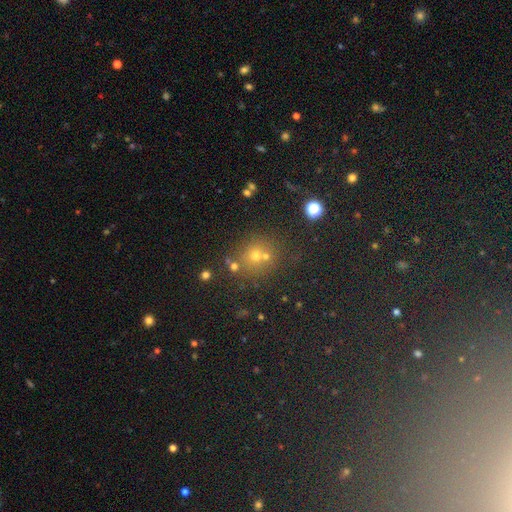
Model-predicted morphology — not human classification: This is possibly a smooth galaxy (58%). How rounded: clearly round (85%). Merging: likely none (62%).